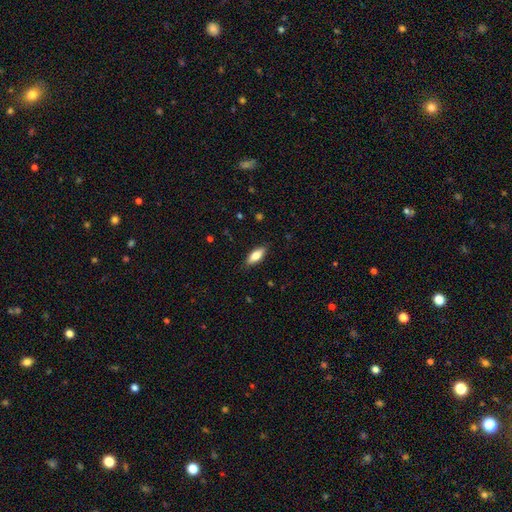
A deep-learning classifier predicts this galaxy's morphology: This is likely a smooth galaxy (77%). How rounded: likely in between (75%). Merging: clearly none (86%).